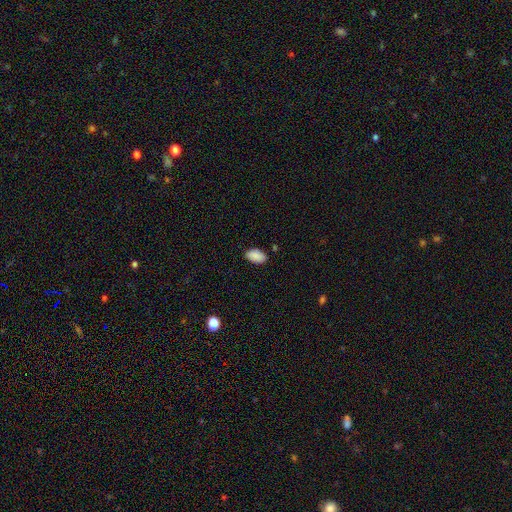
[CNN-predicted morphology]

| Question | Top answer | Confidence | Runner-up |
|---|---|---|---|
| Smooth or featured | smooth | 89% | star or artifact (7%) |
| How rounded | in between | 93% | round (5%) |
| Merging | none | 84% | minor disturbance (13%) |